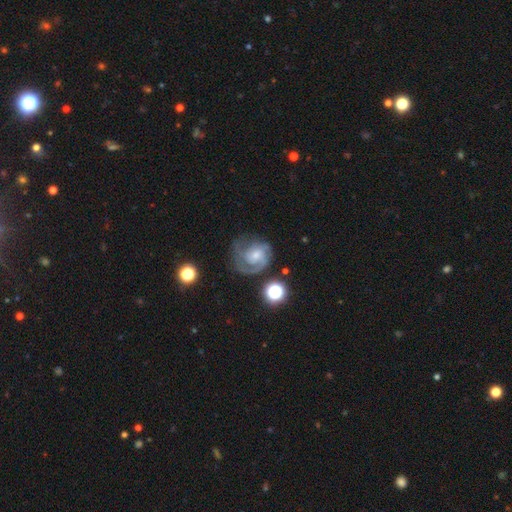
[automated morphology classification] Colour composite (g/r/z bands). It shows a featured or disk galaxy (77%) with no bar (64%), 2 (34%) tight (47%) spiral arms (94%) and a small central bulge (49%). Merging: none (55%).